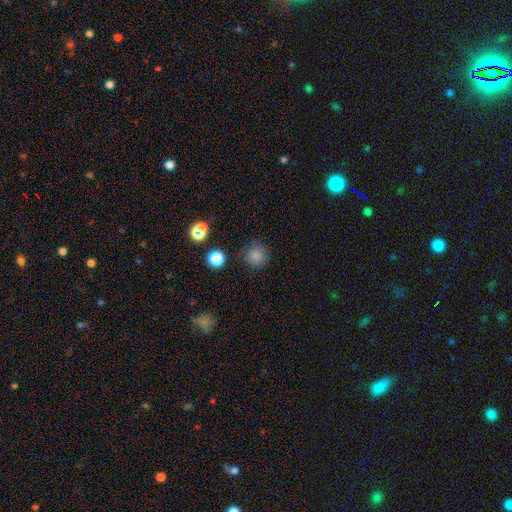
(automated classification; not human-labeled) Smooth or featured: smooth — 80% (star or artifact — 15%)
How rounded: round — 94% (in between — 5%)
Merging: none — 85% (minor disturbance — 10%)